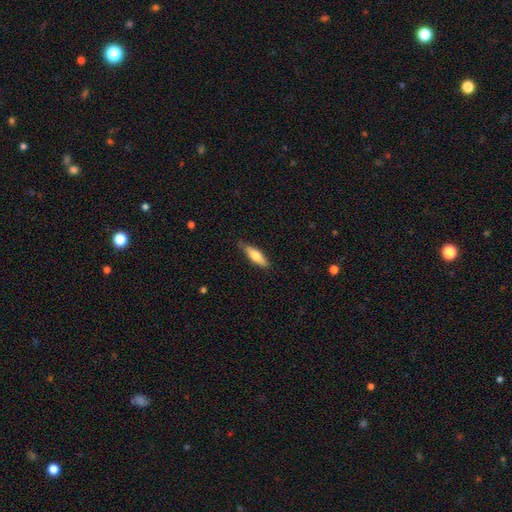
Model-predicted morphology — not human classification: Smooth or featured? smooth (72%)
How rounded? in between (49%, tied with cigar-shaped)
Merging? none (80%)